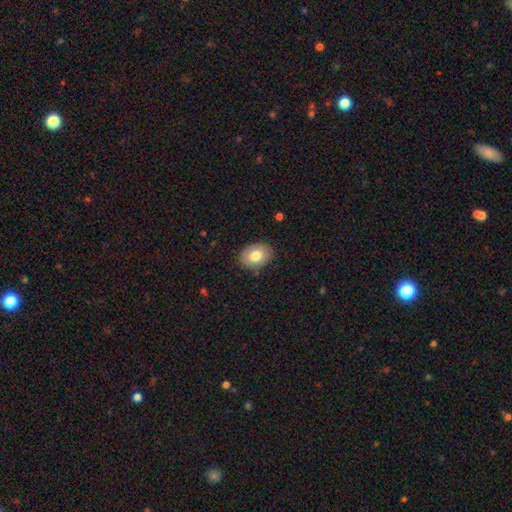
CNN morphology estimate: Q: Smooth or featured?
A: smooth (78%); runner-up: featured or disk (15%)
Q: How rounded?
A: in between (71%); runner-up: round (29%)
Q: Merging?
A: none (87%); runner-up: minor disturbance (10%)